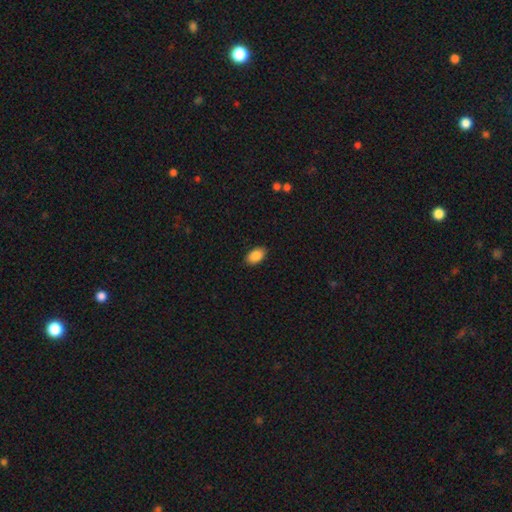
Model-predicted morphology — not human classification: Smooth or featured: smooth — 88% (star or artifact — 7%)
How rounded: in between — 93% (round — 6%)
Merging: none — 89% (minor disturbance — 9%)